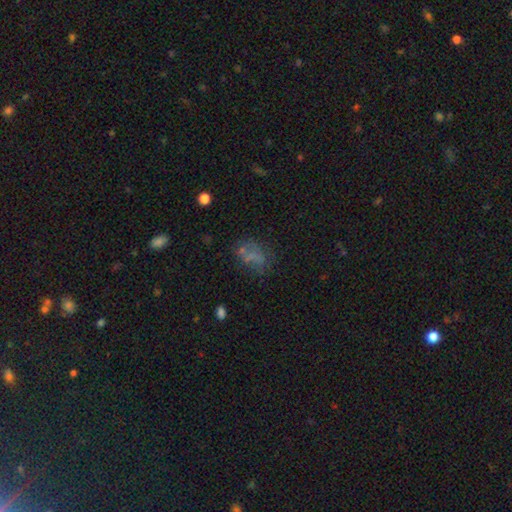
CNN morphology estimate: This appears to be a smooth galaxy with no disk features (51%) that is in between round and cigar-shaped (73%). Merging: none (47%).